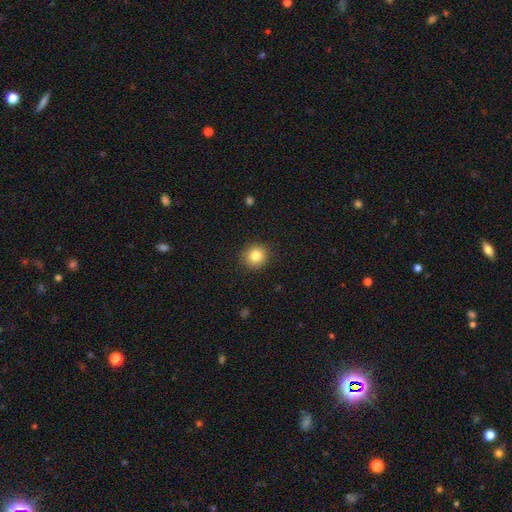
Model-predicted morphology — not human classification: A smooth galaxy with no disk features (83%) that is round (90%). Merging: none (91%).